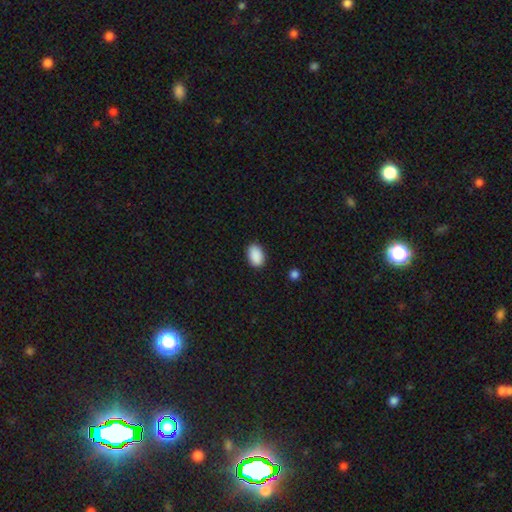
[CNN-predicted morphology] A smooth galaxy with no disk features (90%) that is in between round and cigar-shaped (91%).

Vote fractions:
- Smooth or featured? smooth: 90% / star or artifact: 7% / featured or disk: 2%
- How rounded? in between: 91% / round: 8% / cigar-shaped: 1%
- Merging? none: 88% / minor disturbance: 9% / major disturbance: 2% / merger: 1%